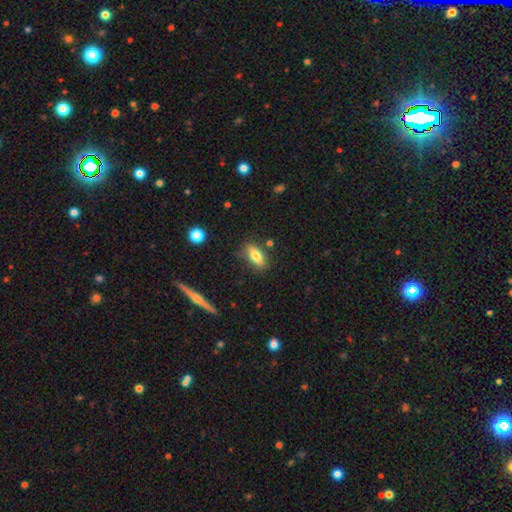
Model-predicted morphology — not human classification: smooth_or_featured: smooth (p=0.74) [alt: featured or disk p=0.19]
how_rounded: in between (p=0.75) [alt: cigar-shaped p=0.22]
merging: none (p=0.78) [alt: minor disturbance p=0.15]